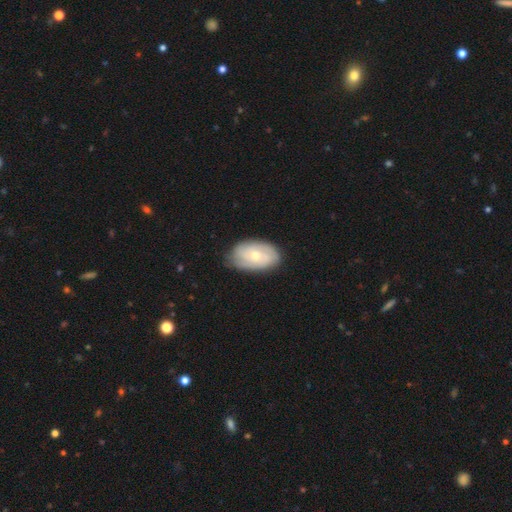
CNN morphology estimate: Smooth or featured?
  - featured or disk: 60% *
  - smooth: 34%
  - star or artifact: 6%
Edge-on disk?
  - no: 95% *
  - yes: 5%
Bar?
  - no: 74% *
  - weak: 22%
  - strong: 4%
Spiral arms?
  - yes: 82% *
  - no: 18%
Bulge size?
  - moderate: 52% *
  - small: 44%
  - large: 2%
  - none: 1%
  - dominant: 1%
Merging?
  - none: 76% *
  - minor disturbance: 19%
  - major disturbance: 4%
  - merger: 1%